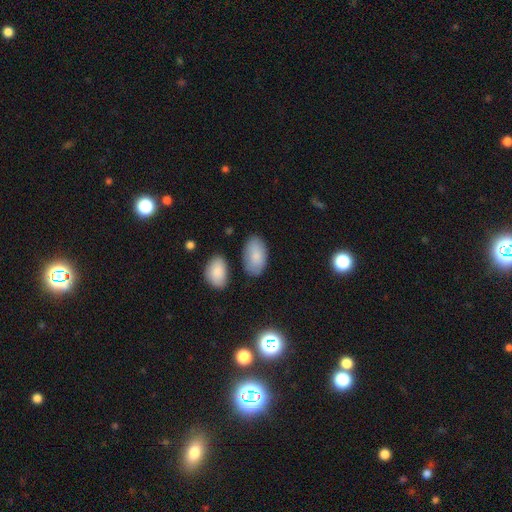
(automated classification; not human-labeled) Smooth or featured: smooth — 84% (featured or disk — 10%)
How rounded: in between — 95% (round — 4%)
Merging: none — 76% (minor disturbance — 14%)